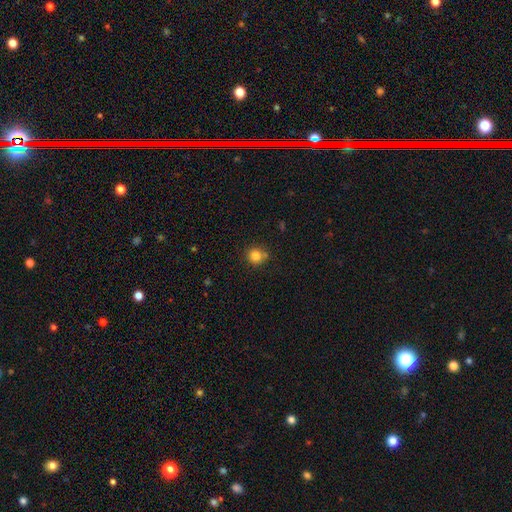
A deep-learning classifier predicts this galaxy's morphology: Smooth or featured?
  - smooth: 82% *
  - star or artifact: 12%
  - featured or disk: 6%
How rounded?
  - round: 92% *
  - in between: 7%
  - cigar-shaped: 1%
Merging?
  - none: 76% *
  - minor disturbance: 12%
  - merger: 9%
  - major disturbance: 3%